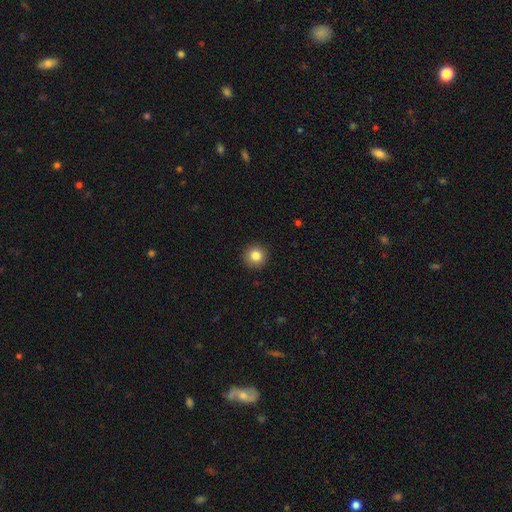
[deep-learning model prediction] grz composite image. It shows a smooth galaxy with no disk features (84%) that is round (95%). Merging: none (92%).